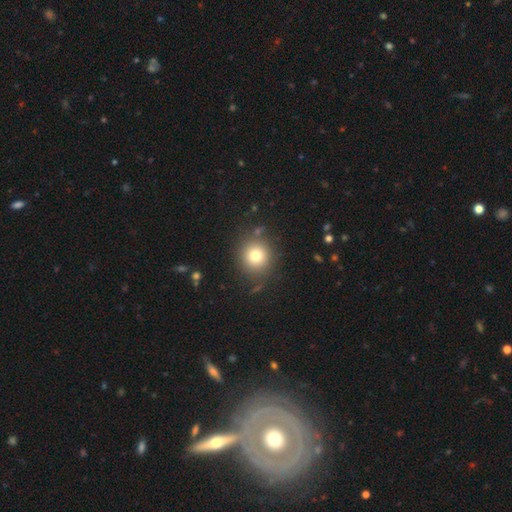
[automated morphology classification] Smooth or featured: smooth — 77% (star or artifact — 13%)
How rounded: round — 92% (in between — 7%)
Merging: none — 84% (minor disturbance — 9%)